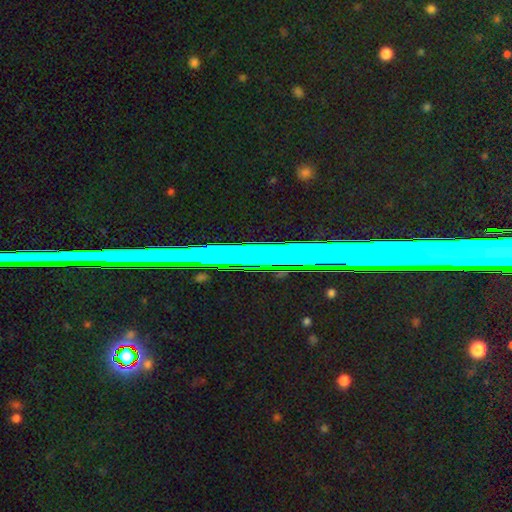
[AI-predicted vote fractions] This is likely a star or artifact rather than a galaxy (65%).